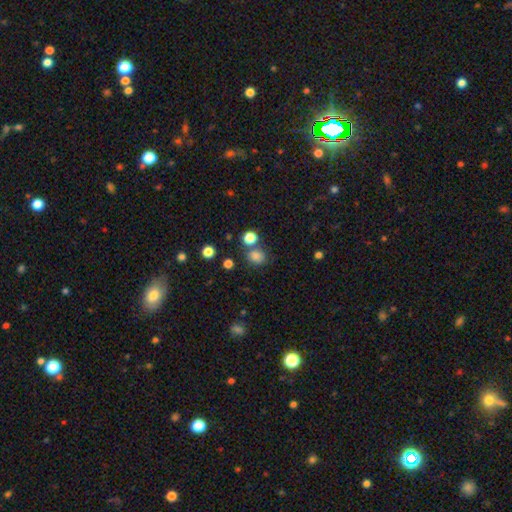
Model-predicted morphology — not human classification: A smooth galaxy with no disk features (81%) that is round (67%).

Vote fractions:
- Smooth or featured? smooth: 81% / star or artifact: 14% / featured or disk: 5%
- How rounded? round: 67% / in between: 32% / cigar-shaped: 1%
- Merging? none: 72% / merger: 14% / minor disturbance: 10% / major disturbance: 4%